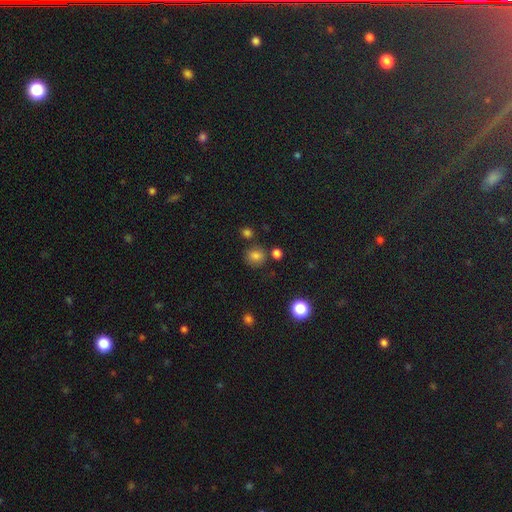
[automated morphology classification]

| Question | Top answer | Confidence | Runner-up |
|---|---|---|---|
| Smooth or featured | smooth | 80% | star or artifact (15%) |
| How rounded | round | 82% | in between (17%) |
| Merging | none | 77% | minor disturbance (11%) |